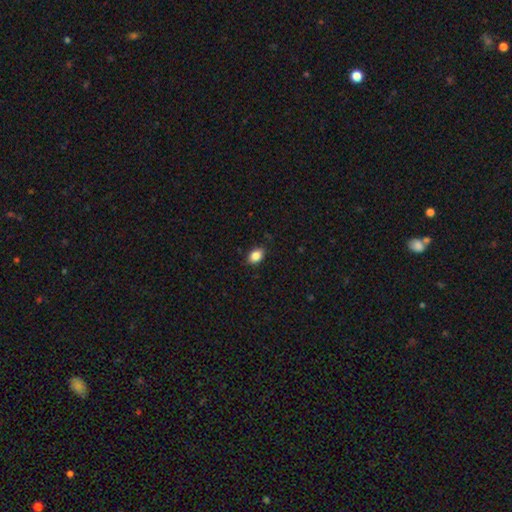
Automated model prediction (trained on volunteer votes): smooth-or-featured: smooth: 86% | star or artifact: 9% | featured or disk: 5%
  how-rounded: in between: 82% | round: 17% | cigar-shaped: 1%
  merging: none: 87% | minor disturbance: 10% | major disturbance: 2% | merger: 1%